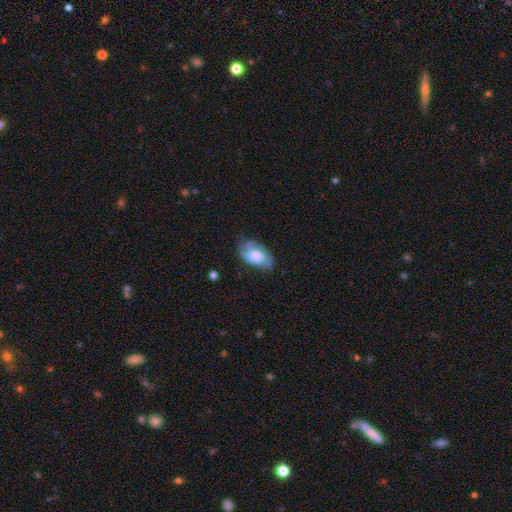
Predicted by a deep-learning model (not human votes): Overall: featured or disk (57%; smooth 36%). Edge-on disk: no (95%). Bar: no (72%). Spiral arms: yes (82%). Bulge size: moderate (48%; large 33%). Merging: none (61%; minor disturbance 26%).